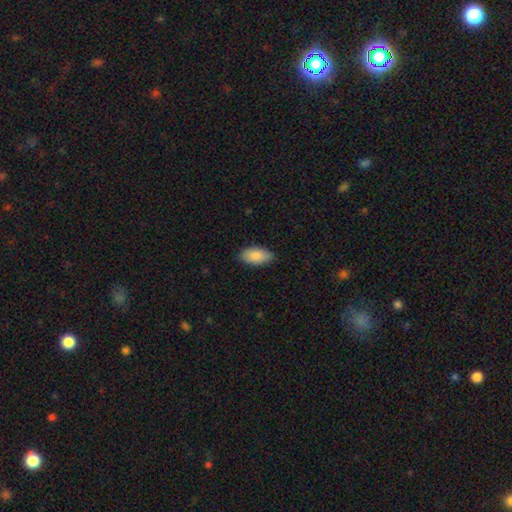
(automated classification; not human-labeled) Q: Smooth or featured?
A: smooth (87%); runner-up: featured or disk (7%)
Q: How rounded?
A: in between (94%); runner-up: cigar-shaped (4%)
Q: Merging?
A: none (84%); runner-up: minor disturbance (13%)